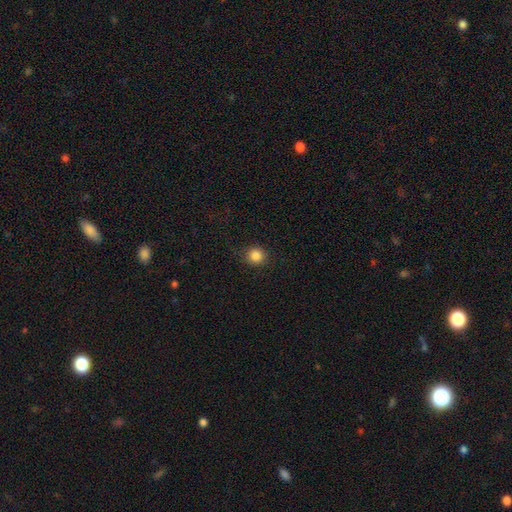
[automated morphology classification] This is clearly a smooth galaxy (86%). How rounded: clearly round (88%). Merging: clearly none (85%).